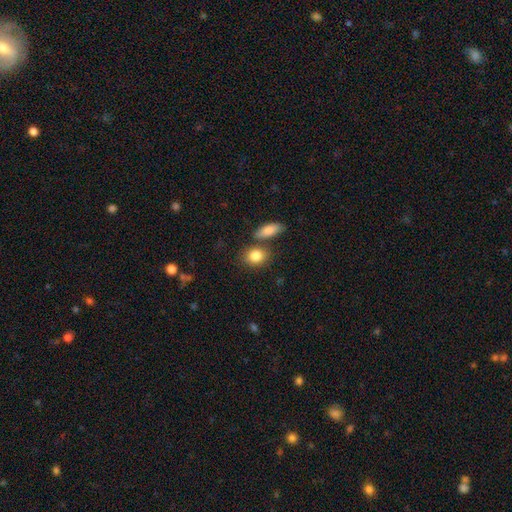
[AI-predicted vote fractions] Smooth or featured? smooth (84%)
How rounded? in between (54%)
Merging? none (64%)